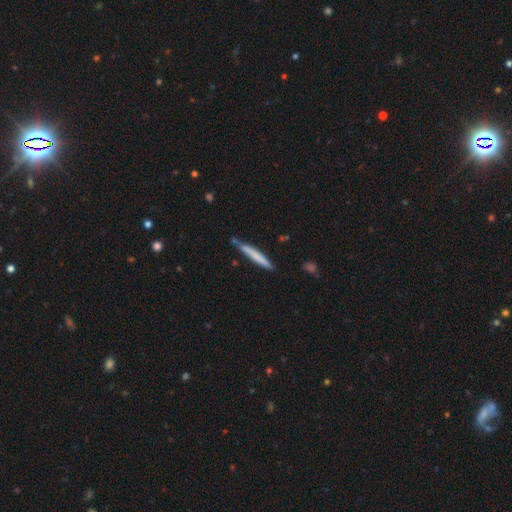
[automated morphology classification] smooth 66%, featured or disk 29%, star or artifact 5%. Down the decision tree: how rounded — cigar-shaped (96%); merging — none (78%).